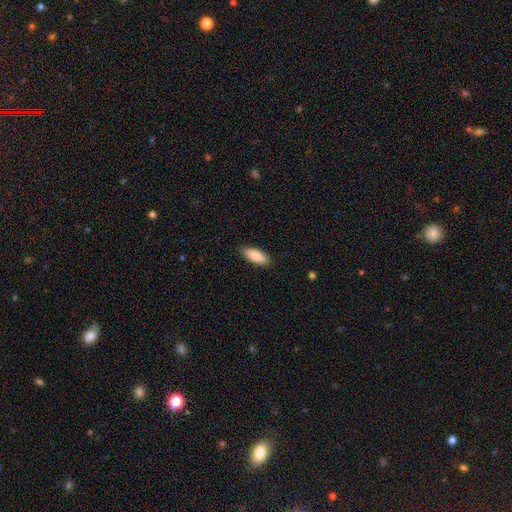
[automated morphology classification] The model was most divided on "how rounded": in between: 74%, cigar-shaped: 24%, round: 2%. More confident: merging — none (89%); smooth or featured — smooth (87%).